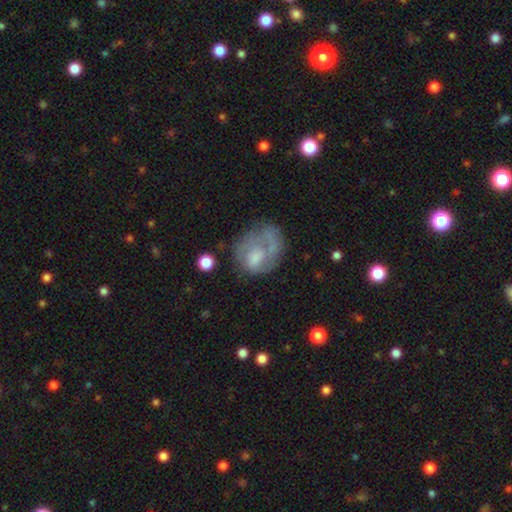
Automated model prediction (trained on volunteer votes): A featured or disk galaxy (47%). Merging: none (36%).